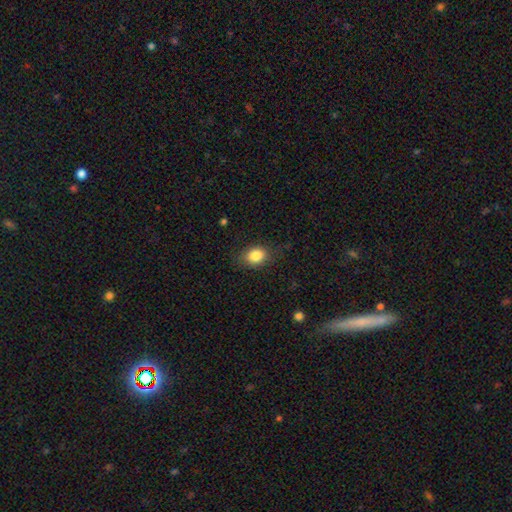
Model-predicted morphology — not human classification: Smooth or featured?
  - smooth: 85% *
  - star or artifact: 9%
  - featured or disk: 7%
How rounded?
  - in between: 62% *
  - round: 37%
  - cigar-shaped: 1%
Merging?
  - none: 77% *
  - minor disturbance: 17%
  - major disturbance: 5%
  - merger: 1%